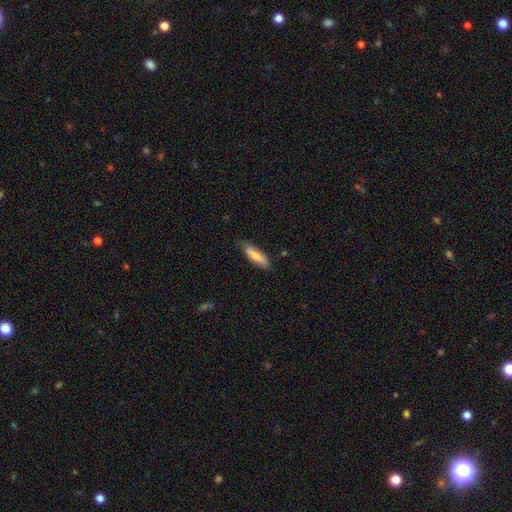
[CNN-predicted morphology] Smooth or featured: smooth — 74% (featured or disk — 20%)
How rounded: cigar-shaped — 51% (in between — 48%)
Merging: none — 77% (minor disturbance — 19%)